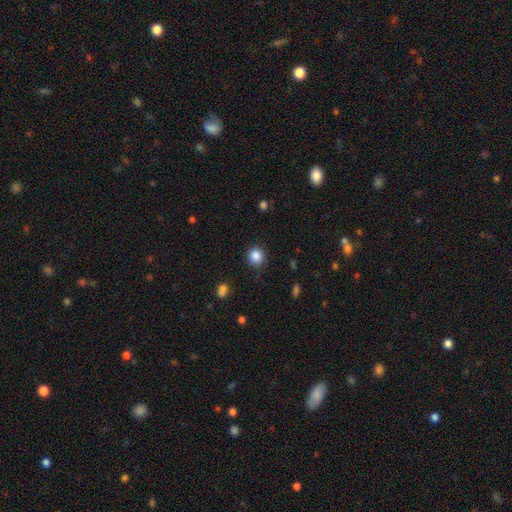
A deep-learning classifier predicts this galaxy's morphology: type=smooth (86%); roundness=round (89%); merging=none (87%).